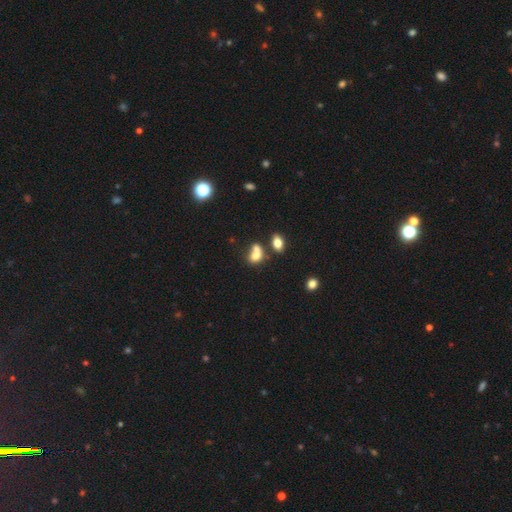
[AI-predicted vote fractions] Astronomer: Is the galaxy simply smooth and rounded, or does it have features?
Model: smooth — 73%.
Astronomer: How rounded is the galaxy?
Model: in between — 62%.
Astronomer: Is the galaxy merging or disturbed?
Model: merger — 57%.